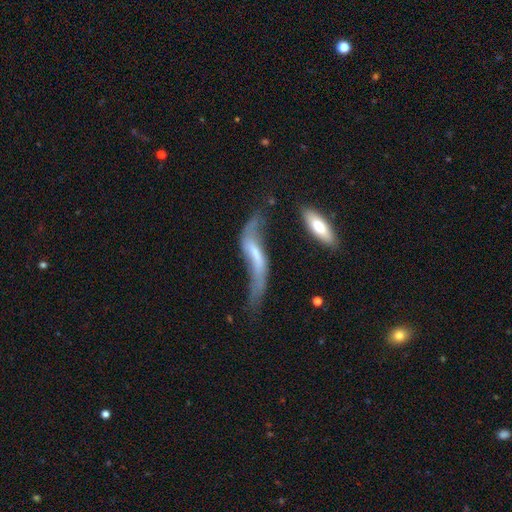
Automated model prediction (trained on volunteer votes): Smooth or featured? featured or disk (71%)
Edge-on disk? no (74%)
Bar? weak (36%)
Spiral arms? yes (77%)
Bulge size? small (44%)
Merging? major disturbance (33%)